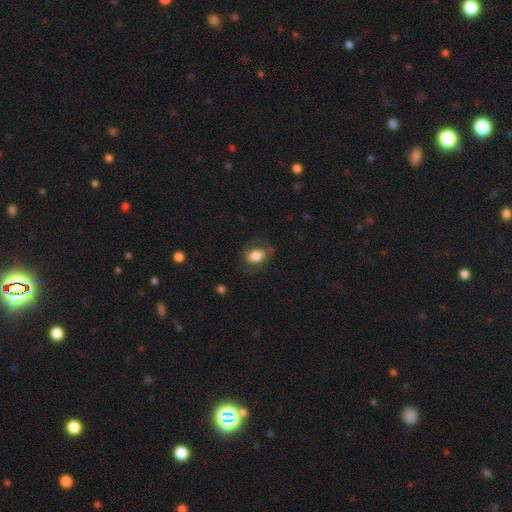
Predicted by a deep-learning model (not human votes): Smooth or featured? Predicted: smooth (p=0.77). How rounded? Predicted: in between (p=0.71). Merging? Predicted: none (p=0.67).